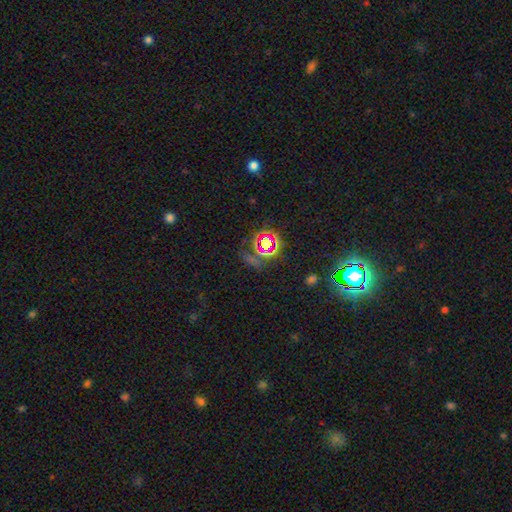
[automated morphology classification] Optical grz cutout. It shows a star or artifact, not a galaxy (67%).